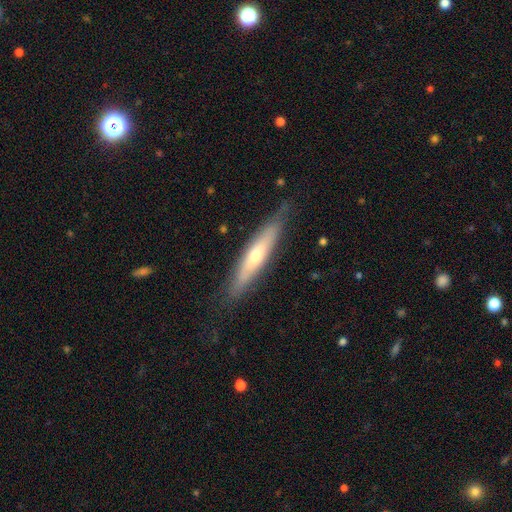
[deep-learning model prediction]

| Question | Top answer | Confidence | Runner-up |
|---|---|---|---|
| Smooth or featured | featured or disk | 53% | smooth (40%) |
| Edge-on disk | yes | 80% | no (20%) |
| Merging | none | 81% | minor disturbance (15%) |